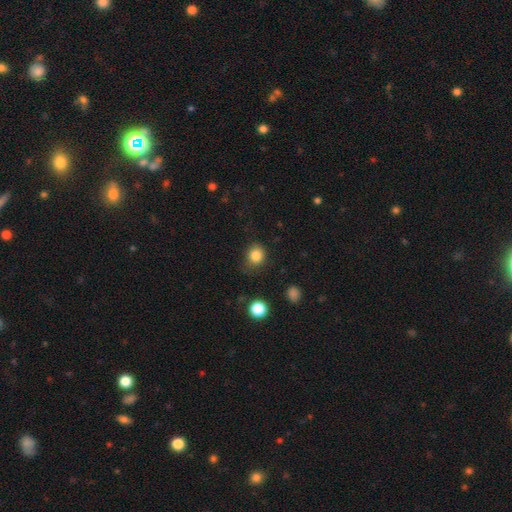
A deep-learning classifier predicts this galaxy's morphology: Smooth or featured: smooth — 84% (star or artifact — 11%)
How rounded: round — 77% (in between — 22%)
Merging: none — 75% (minor disturbance — 19%)